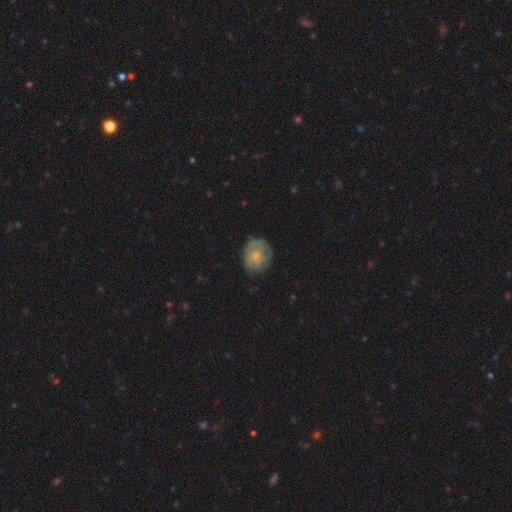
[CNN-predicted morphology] Q: Smooth or featured?
A: featured or disk (52%); runner-up: smooth (41%)
Q: Edge-on disk?
A: no (98%); runner-up: yes (2%)
Q: Bar?
A: no (80%); runner-up: weak (18%)
Q: Spiral arms?
A: yes (72%); runner-up: no (28%)
Q: Bulge size?
A: small (56%); runner-up: moderate (21%)
Q: Merging?
A: none (68%); runner-up: minor disturbance (22%)